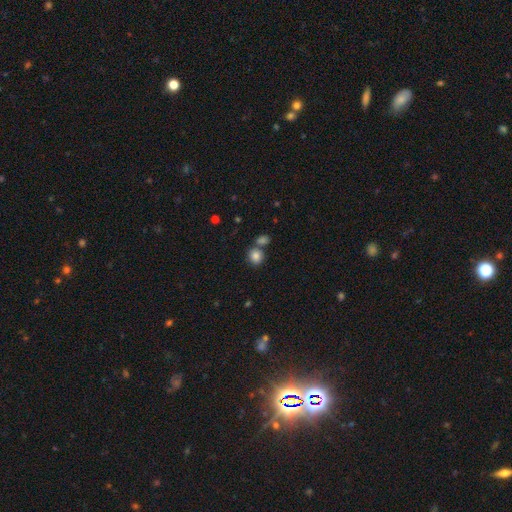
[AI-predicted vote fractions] Smooth or featured? Predicted: smooth (p=0.83). How rounded? Predicted: round (p=0.77). Merging? Predicted: none (p=0.63).